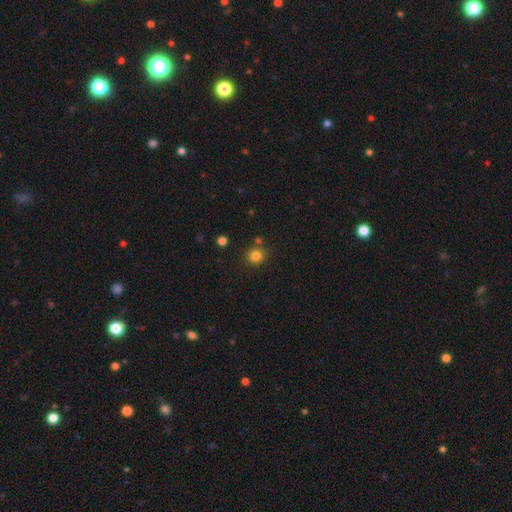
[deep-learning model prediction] Smooth or featured?
  - smooth: 82% *
  - star or artifact: 13%
  - featured or disk: 5%
How rounded?
  - round: 90% *
  - in between: 9%
  - cigar-shaped: 1%
Merging?
  - none: 80% *
  - merger: 9%
  - minor disturbance: 8%
  - major disturbance: 3%